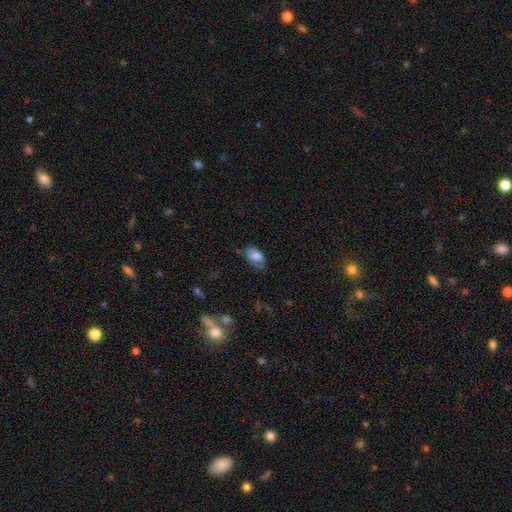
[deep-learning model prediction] Smooth or featured: smooth — 79% (featured or disk — 13%)
How rounded: in between — 91% (round — 7%)
Merging: none — 49% (minor disturbance — 36%)